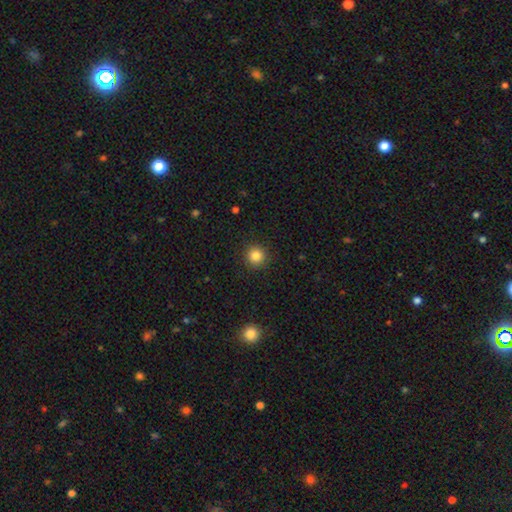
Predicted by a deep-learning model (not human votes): smooth 84%, star or artifact 11%, featured or disk 5%. Down the decision tree: how rounded — round (95%); merging — none (92%).